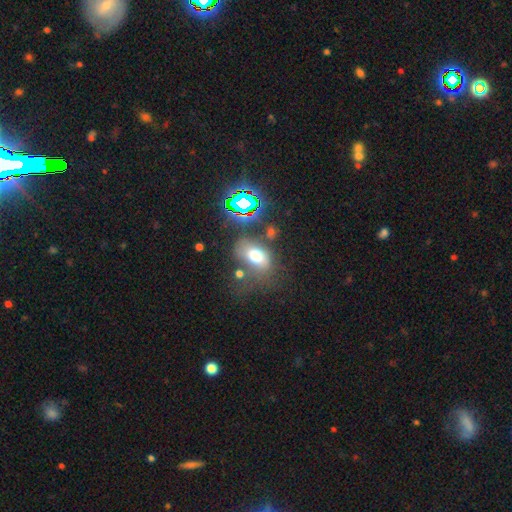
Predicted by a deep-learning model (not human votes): Smooth or featured? Predicted: smooth (p=0.64). How rounded? Predicted: in between (p=0.77). Merging? Predicted: none (p=0.55).